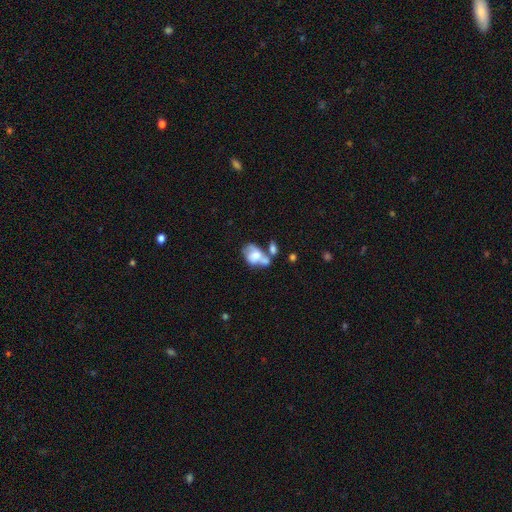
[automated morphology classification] A smooth galaxy with no disk features (56%) that is in between round and cigar-shaped (78%).

Vote fractions:
- Smooth or featured? smooth: 56% / featured or disk: 36% / star or artifact: 9%
- How rounded? in between: 78% / round: 20% / cigar-shaped: 2%
- Merging? merger: 54% / none: 17% / major disturbance: 15% / minor disturbance: 13%